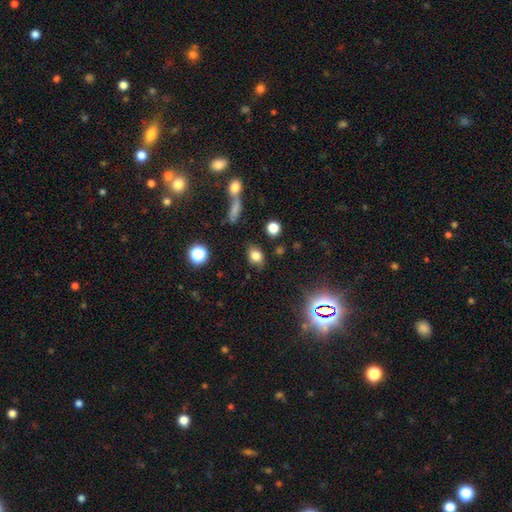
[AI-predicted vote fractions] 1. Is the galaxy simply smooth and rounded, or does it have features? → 78% smooth, 12% star or artifact, 10% featured or disk.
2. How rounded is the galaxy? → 66% in between, 32% round, 2% cigar-shaped.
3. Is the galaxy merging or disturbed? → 76% none, 15% minor disturbance, 5% major disturbance, 4% merger.